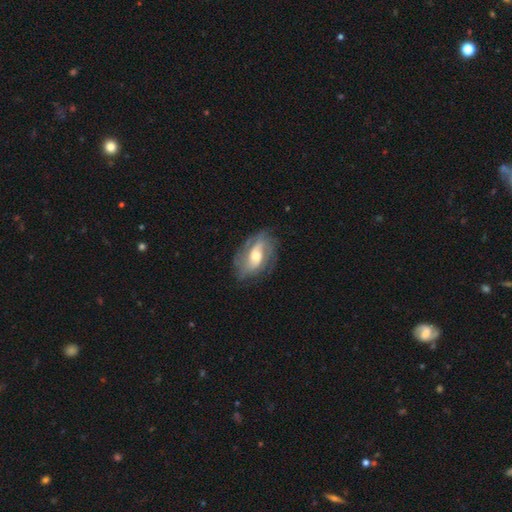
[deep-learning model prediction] A featured or disk galaxy (76%) with no bar (43%), 2 (49%) medium (42%) spiral arms (89%) and a moderate central bulge (66%).

Vote fractions:
- Smooth or featured? featured or disk: 76% / smooth: 18% / star or artifact: 7%
- Edge-on disk? no: 95% / yes: 5%
- Bar? no: 43% / weak: 41% / strong: 16%
- Spiral arms? yes: 89% / no: 11%
- Spiral winding? medium: 42% / tight: 33% / loose: 25%
- Spiral arm count? 2: 49% / can't tell: 24% / 3: 14% / 1: 5% / 4: 4% / more than 4: 3%
- Bulge size? moderate: 66% / small: 17% / large: 14% / none: 2% / dominant: 1%
- Merging? none: 69% / minor disturbance: 20% / major disturbance: 10% / merger: 1%